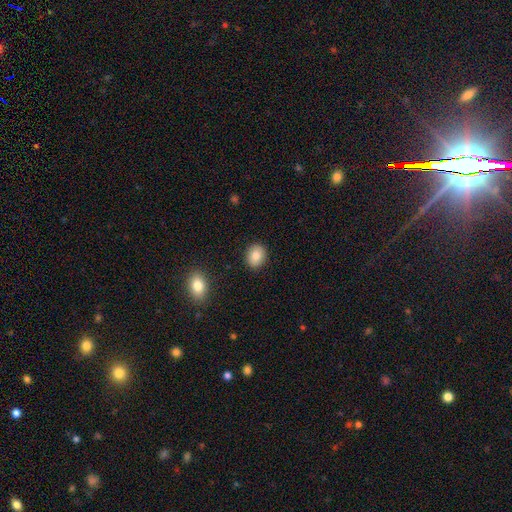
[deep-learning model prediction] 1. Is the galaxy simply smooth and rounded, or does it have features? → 84% smooth, 8% star or artifact, 7% featured or disk.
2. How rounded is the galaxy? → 60% round, 39% in between, 1% cigar-shaped.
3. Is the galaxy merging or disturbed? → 90% none, 7% minor disturbance, 2% major disturbance, 1% merger.